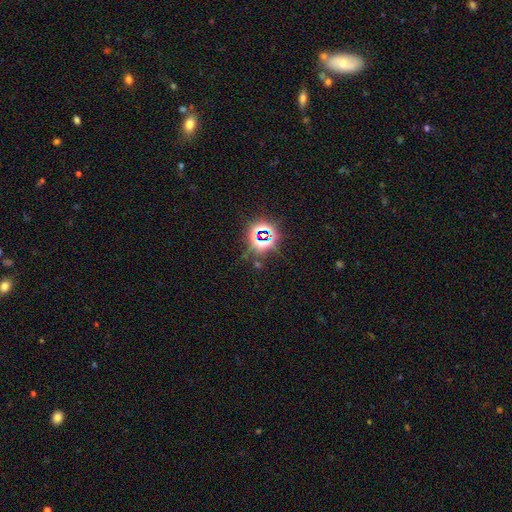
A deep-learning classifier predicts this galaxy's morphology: The model was most divided on "smooth or featured": star or artifact: 79%, smooth: 14%, featured or disk: 8%.